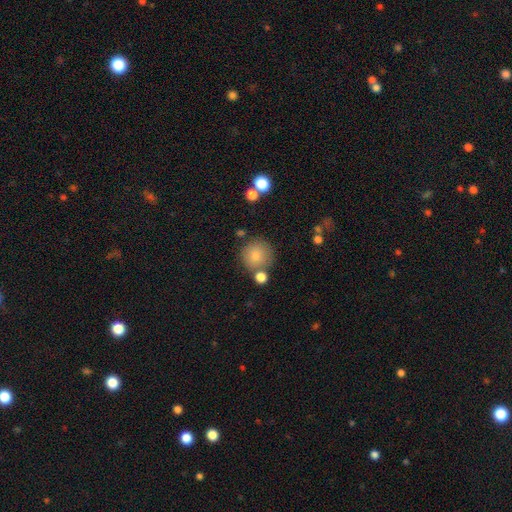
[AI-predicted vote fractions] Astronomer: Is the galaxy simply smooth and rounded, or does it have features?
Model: smooth — 80%.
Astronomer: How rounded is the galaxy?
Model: round — 93%.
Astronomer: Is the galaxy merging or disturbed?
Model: none — 75%.